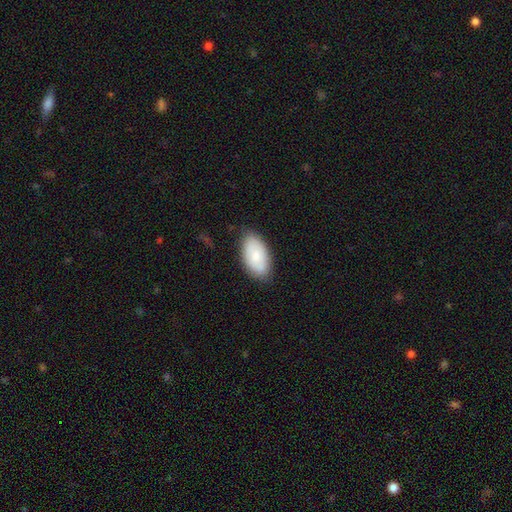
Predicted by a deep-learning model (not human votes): Smooth or featured? Predicted: smooth (p=0.77). How rounded? Predicted: in between (p=0.95). Merging? Predicted: none (p=0.79).